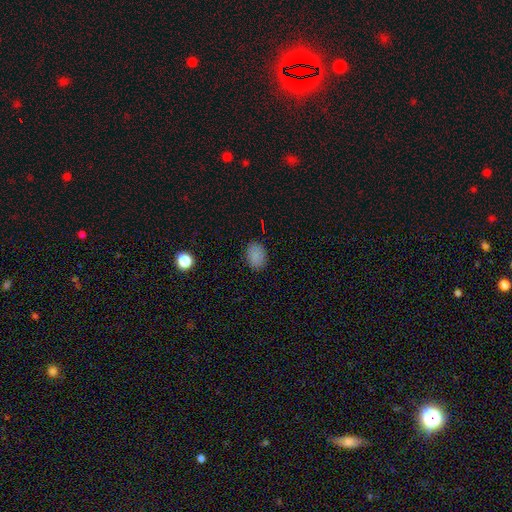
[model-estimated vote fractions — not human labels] smooth_or_featured: smooth (p=0.84) [alt: star or artifact p=0.11]
how_rounded: in between (p=0.75) [alt: round p=0.24]
merging: none (p=0.86) [alt: minor disturbance p=0.10]